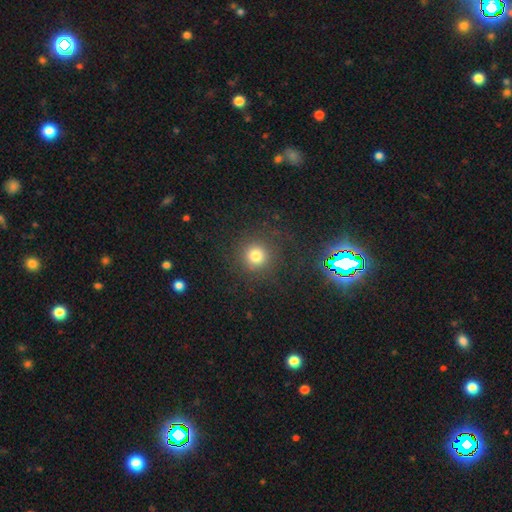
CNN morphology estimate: smooth_or_featured: smooth (p=0.77) [alt: star or artifact p=0.16]
how_rounded: round (p=0.94) [alt: in between p=0.05]
merging: none (p=0.87) [alt: minor disturbance p=0.07]